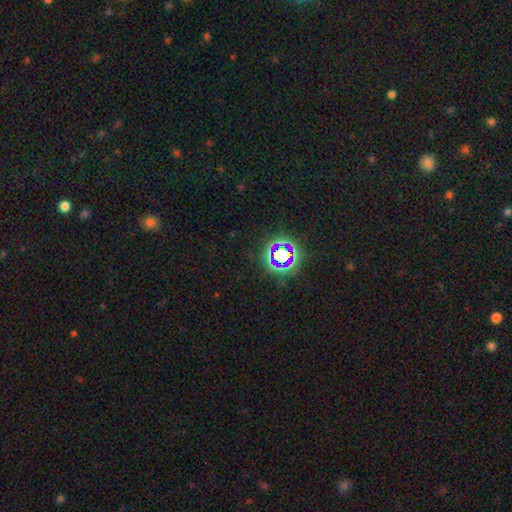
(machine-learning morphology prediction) Q: Smooth or featured?
A: star or artifact (77%); runner-up: smooth (16%)